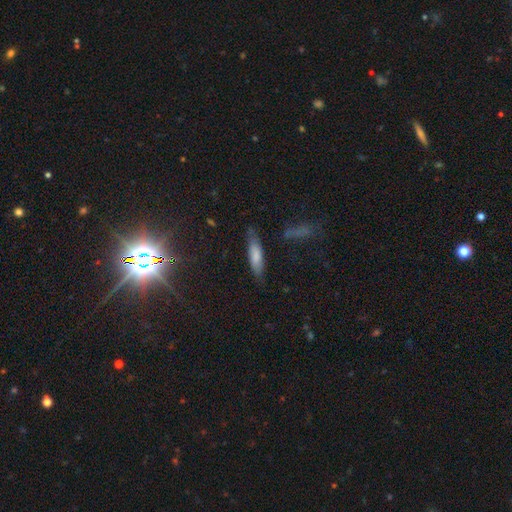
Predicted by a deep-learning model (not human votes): Overall: smooth (75%). How rounded: cigar-shaped (64%; in between 34%). Merging: none (72%).